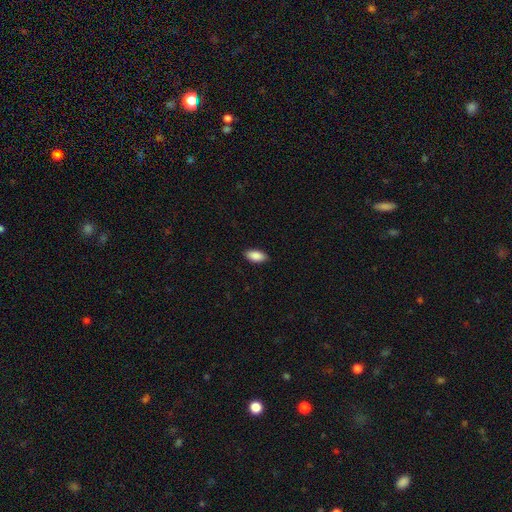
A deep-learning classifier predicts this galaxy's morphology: smooth_or_featured: smooth (p=0.89) [alt: star or artifact p=0.06]
how_rounded: in between (p=0.92) [alt: cigar-shaped p=0.06]
merging: none (p=0.89) [alt: minor disturbance p=0.09]